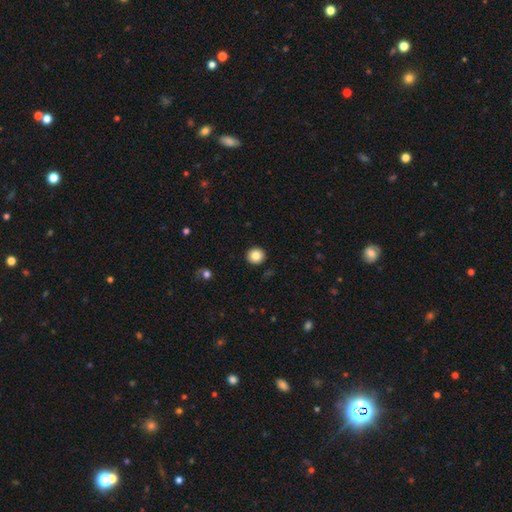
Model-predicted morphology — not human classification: The model was most divided on "smooth or featured": smooth: 84%, star or artifact: 10%, featured or disk: 6%. More confident: how rounded — round (93%); merging — none (92%).